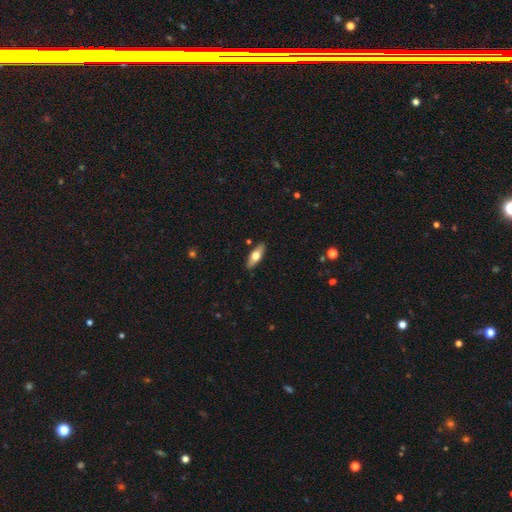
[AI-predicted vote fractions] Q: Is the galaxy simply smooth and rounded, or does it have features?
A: smooth — 56%.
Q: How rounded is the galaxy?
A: in between — 60%.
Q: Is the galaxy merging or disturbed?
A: none — 88%.